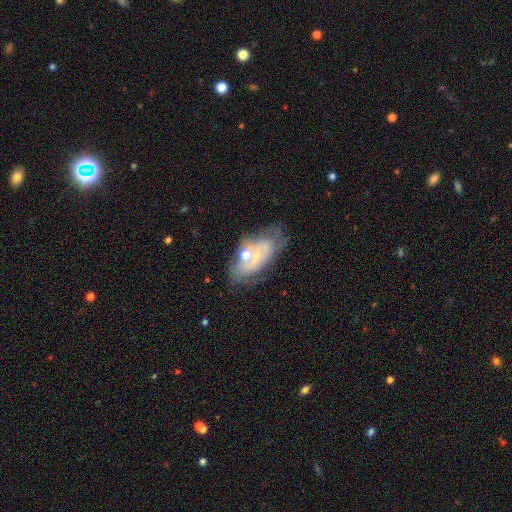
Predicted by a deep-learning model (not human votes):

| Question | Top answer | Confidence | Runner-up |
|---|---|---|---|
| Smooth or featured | featured or disk | 60% | smooth (29%) |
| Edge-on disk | no | 90% | yes (10%) |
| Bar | no | 75% | weak (19%) |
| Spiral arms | yes | 58% | no (42%) |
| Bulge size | small | 59% | moderate (34%) |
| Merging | none | 52% | minor disturbance (24%) |